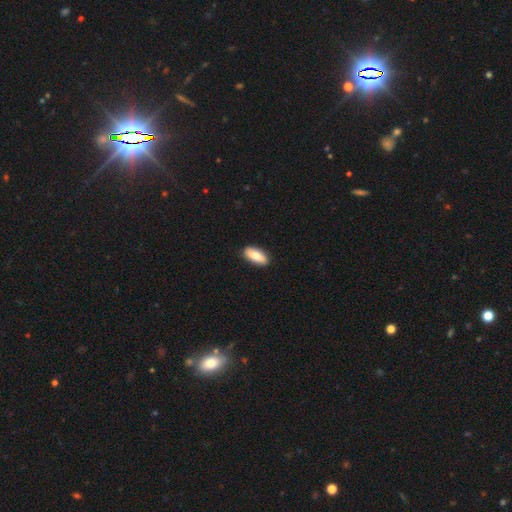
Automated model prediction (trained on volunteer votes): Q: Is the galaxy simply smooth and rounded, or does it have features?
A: smooth — 82%.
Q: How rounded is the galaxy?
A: in between — 84%.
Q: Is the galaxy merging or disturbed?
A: none — 89%.